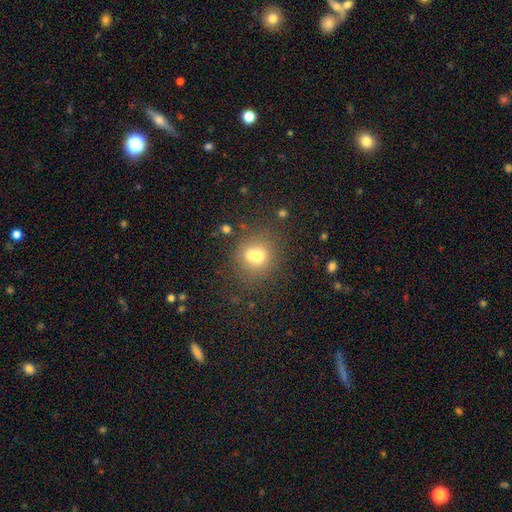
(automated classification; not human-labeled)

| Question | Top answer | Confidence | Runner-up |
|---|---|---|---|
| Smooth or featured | smooth | 64% | featured or disk (21%) |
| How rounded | round | 78% | in between (21%) |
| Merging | merger | 45% | none (42%) |